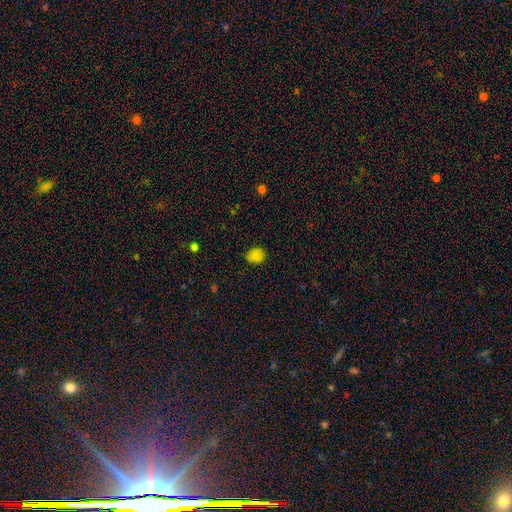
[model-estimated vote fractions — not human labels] smooth_or_featured: smooth (p=0.83) [alt: star or artifact p=0.13]
how_rounded: round (p=0.60) [alt: in between p=0.39]
merging: none (p=0.79) [alt: minor disturbance p=0.17]